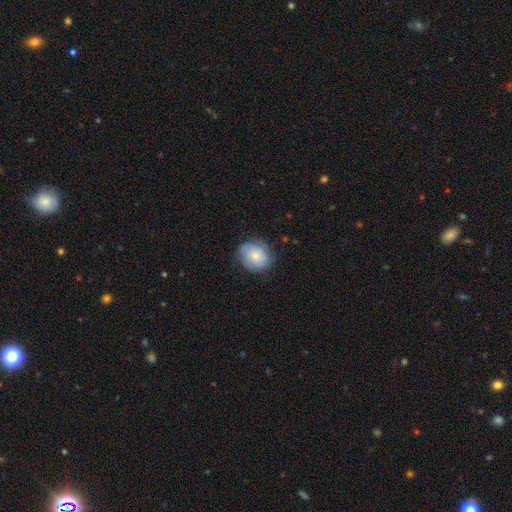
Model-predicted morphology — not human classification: smooth 66%, featured or disk 27%, star or artifact 7%. Down the decision tree: how rounded — round (68%); merging — none (74%).